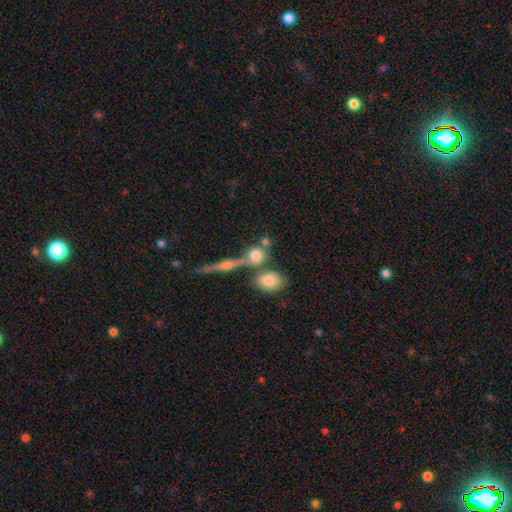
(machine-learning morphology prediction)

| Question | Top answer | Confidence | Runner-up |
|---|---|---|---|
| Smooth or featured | smooth | 71% | featured or disk (18%) |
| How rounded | round | 75% | in between (19%) |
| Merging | none | 56% | merger (29%) |